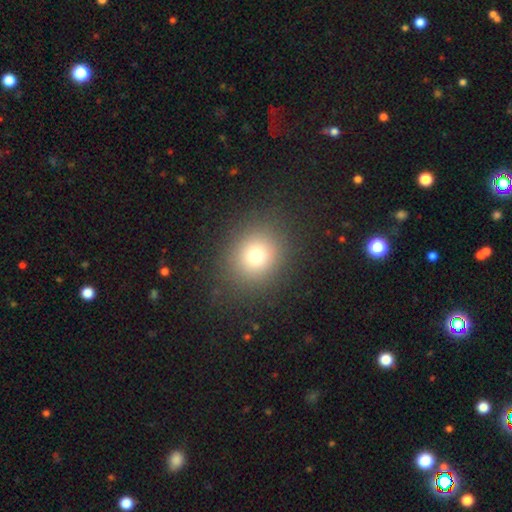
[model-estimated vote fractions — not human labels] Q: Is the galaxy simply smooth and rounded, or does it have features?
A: smooth — 75%.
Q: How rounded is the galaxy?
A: round — 75%.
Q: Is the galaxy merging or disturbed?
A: none — 87%.